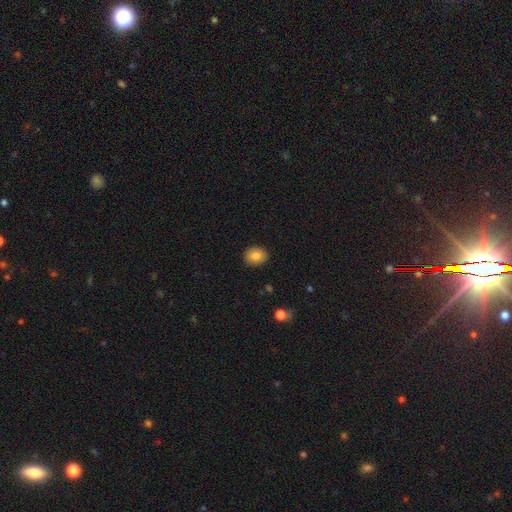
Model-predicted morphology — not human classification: This appears to be a smooth galaxy with no disk features (83%) that is round (60%). Merging: none (90%).